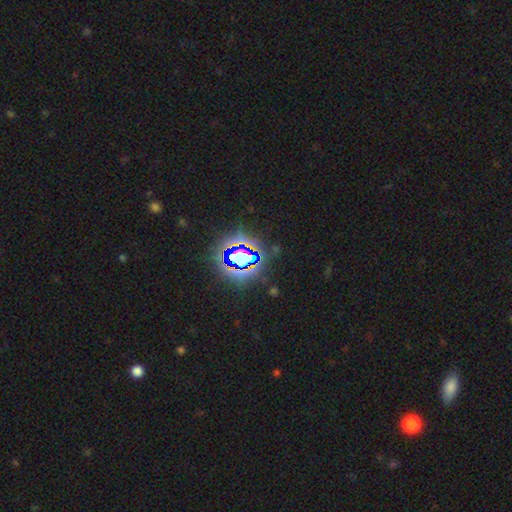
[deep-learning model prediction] This appears to be a star or artifact, not a galaxy (81%).